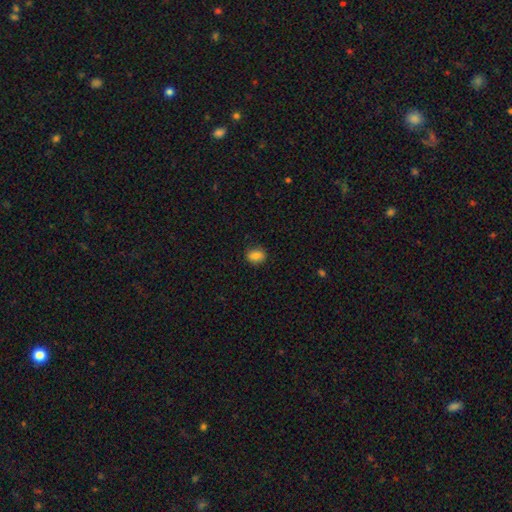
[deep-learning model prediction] This appears to be a smooth galaxy with no disk features (85%) that is in between round and cigar-shaped (52%). Merging: none (84%).